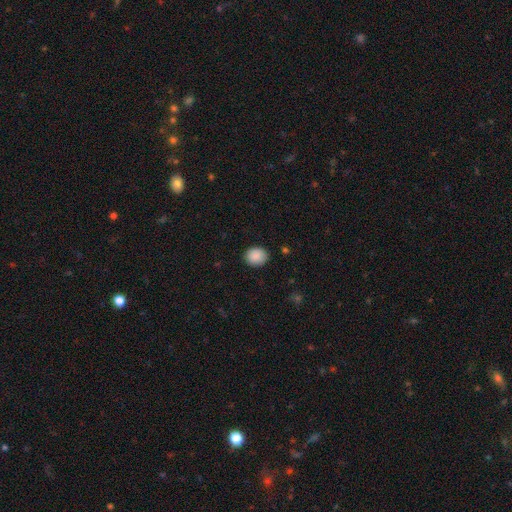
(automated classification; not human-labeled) Morphology: type=smooth (89%); roundness=round (63%); merging=none (87%).